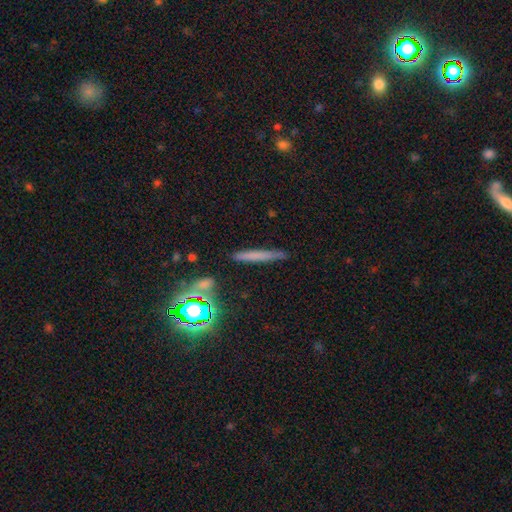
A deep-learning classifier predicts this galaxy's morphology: Smooth or featured? Predicted: smooth (p=0.58). How rounded? Predicted: cigar-shaped (p=0.93). Merging? Predicted: none (p=0.85).